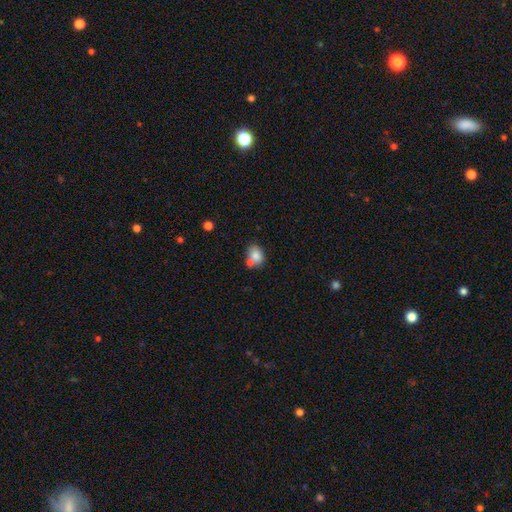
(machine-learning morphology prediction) Smooth or featured? Predicted: smooth (p=0.80). How rounded? Predicted: in between (p=0.63). Merging? Predicted: none (p=0.51).